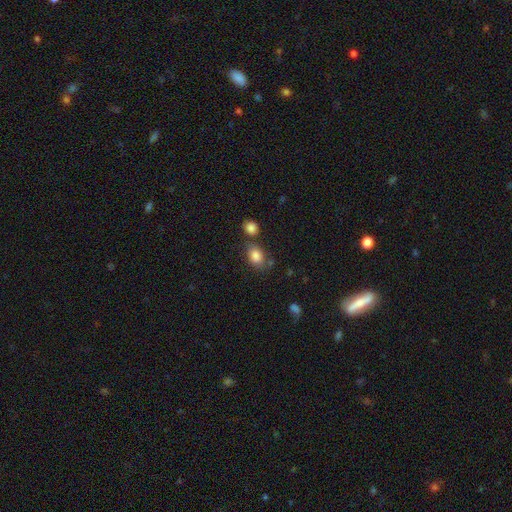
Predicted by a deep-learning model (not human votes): A smooth galaxy with no disk features (84%) that is in between round and cigar-shaped (73%). Merging: none (62%).